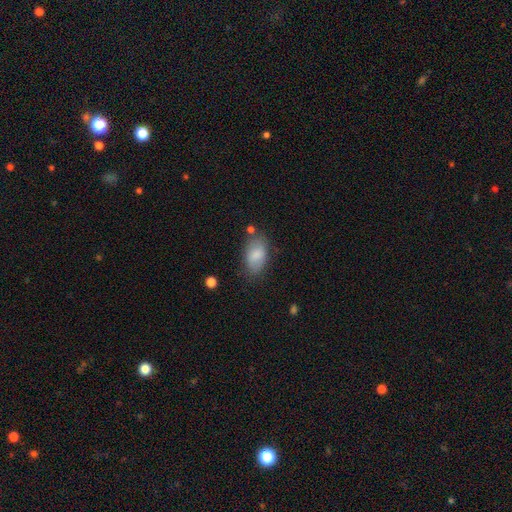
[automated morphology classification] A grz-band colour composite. It shows a smooth galaxy with no disk features (83%) that is in between round and cigar-shaped (93%). Merging: none (71%).